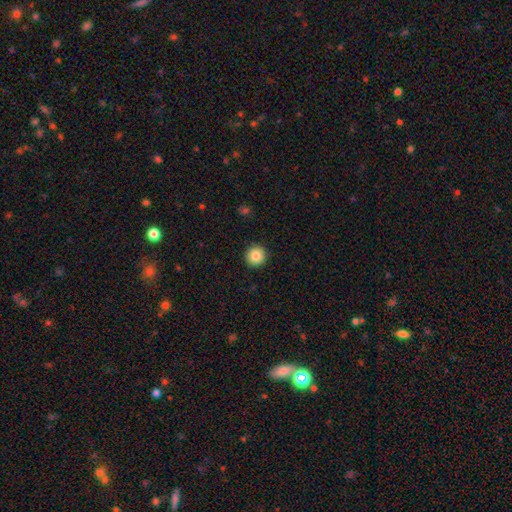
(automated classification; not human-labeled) Smooth or featured: smooth — 85% (star or artifact — 9%)
How rounded: round — 96% (in between — 3%)
Merging: none — 92% (minor disturbance — 5%)